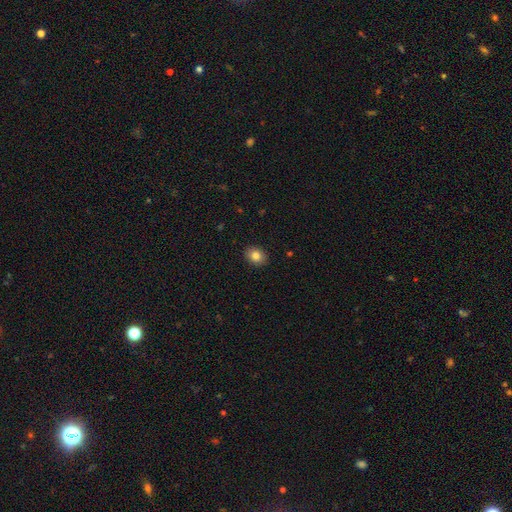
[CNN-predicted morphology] This appears to be a smooth galaxy with no disk features (83%) that is in between round and cigar-shaped (51%). Merging: none (91%).